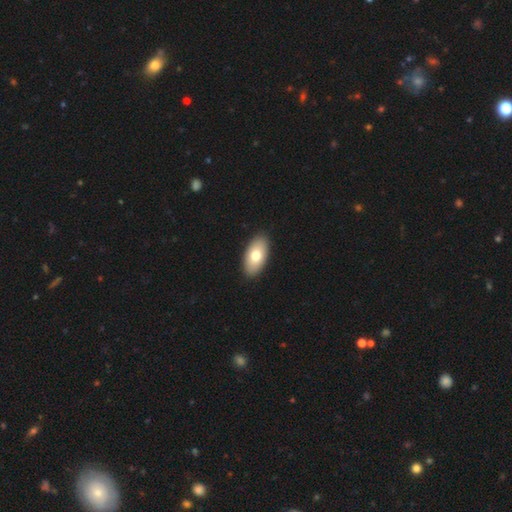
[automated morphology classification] smooth_or_featured: smooth (p=0.74) [alt: featured or disk p=0.21]
how_rounded: in between (p=0.94) [alt: round p=0.03]
merging: none (p=0.91) [alt: minor disturbance p=0.06]